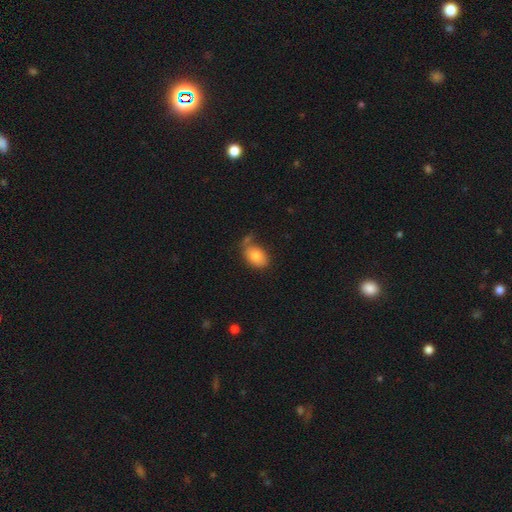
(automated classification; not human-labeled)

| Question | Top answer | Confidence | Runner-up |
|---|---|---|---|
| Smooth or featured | smooth | 82% | featured or disk (11%) |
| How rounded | in between | 84% | round (14%) |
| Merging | none | 54% | minor disturbance (22%) |